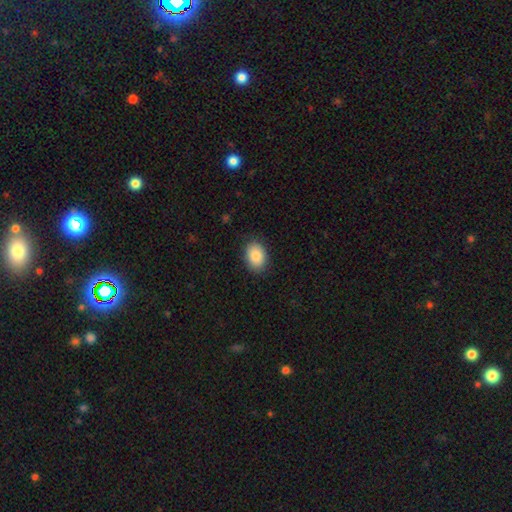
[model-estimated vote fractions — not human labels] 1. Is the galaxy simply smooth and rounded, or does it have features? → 88% smooth, 7% star or artifact, 5% featured or disk.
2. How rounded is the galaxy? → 76% in between, 23% round, 1% cigar-shaped.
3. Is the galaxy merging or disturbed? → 86% none, 11% minor disturbance, 3% major disturbance, 1% merger.